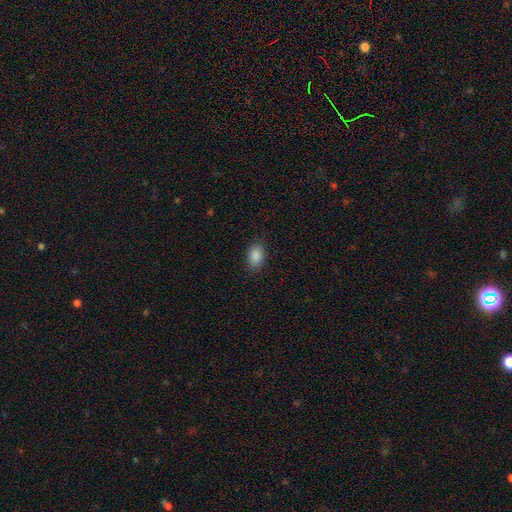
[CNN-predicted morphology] A smooth galaxy with no disk features (88%) that is in between round and cigar-shaped (87%). Merging: none (84%).